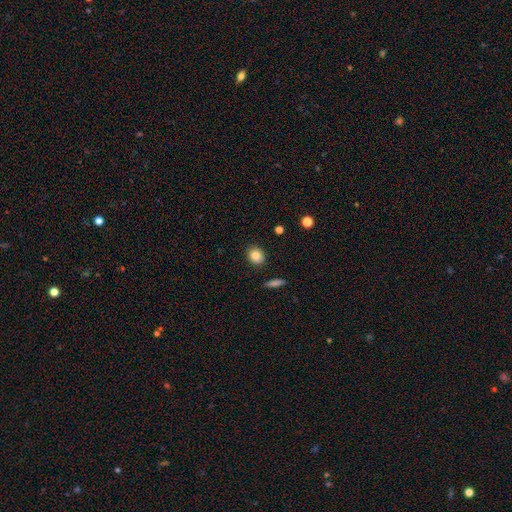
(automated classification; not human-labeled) Morphology: type=smooth (84%); roundness=round (69%); merging=none (88%).